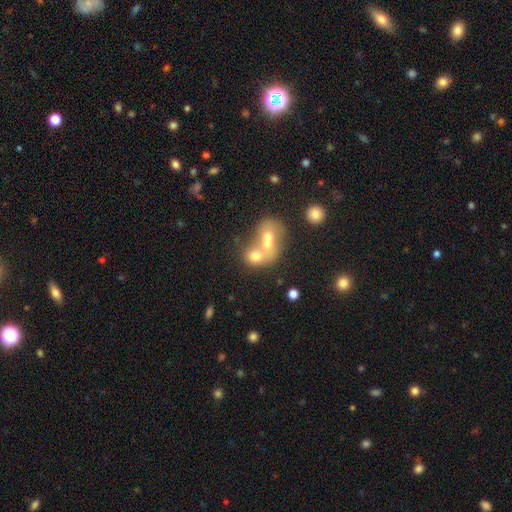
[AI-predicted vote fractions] The model was most divided on "how rounded": round: 57%, in between: 41%, cigar-shaped: 1%. More confident: merging — merger (72%); smooth or featured — smooth (61%).